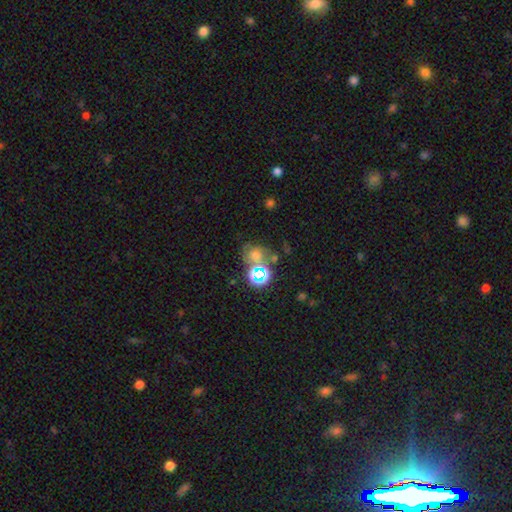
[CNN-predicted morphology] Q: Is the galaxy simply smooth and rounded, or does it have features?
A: smooth — 45%.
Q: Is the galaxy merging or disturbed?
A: none — 46%.